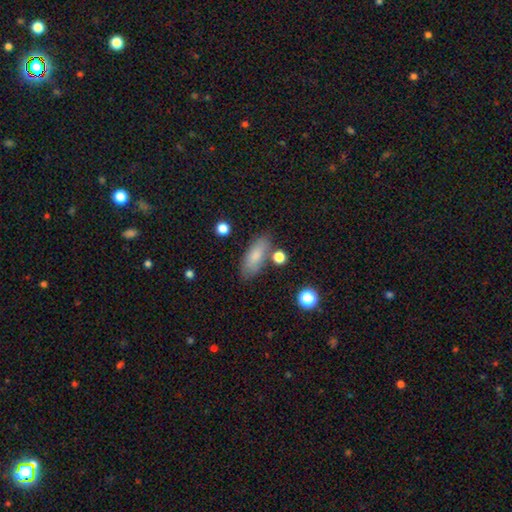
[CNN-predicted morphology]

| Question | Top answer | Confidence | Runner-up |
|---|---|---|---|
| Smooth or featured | smooth | 80% | featured or disk (13%) |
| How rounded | in between | 76% | cigar-shaped (21%) |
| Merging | none | 75% | minor disturbance (14%) |